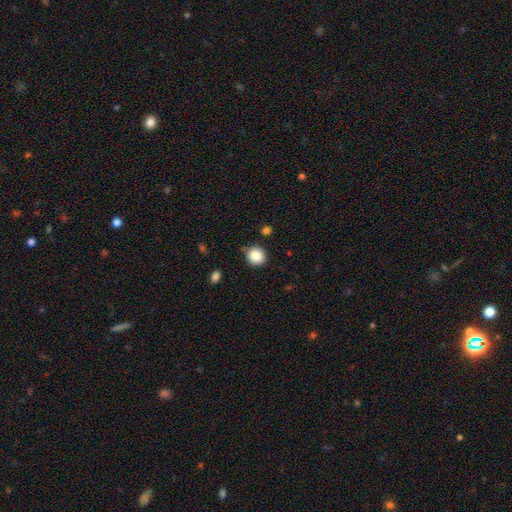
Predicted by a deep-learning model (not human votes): Overall: smooth (86%). How rounded: round (87%). Merging: none (82%).